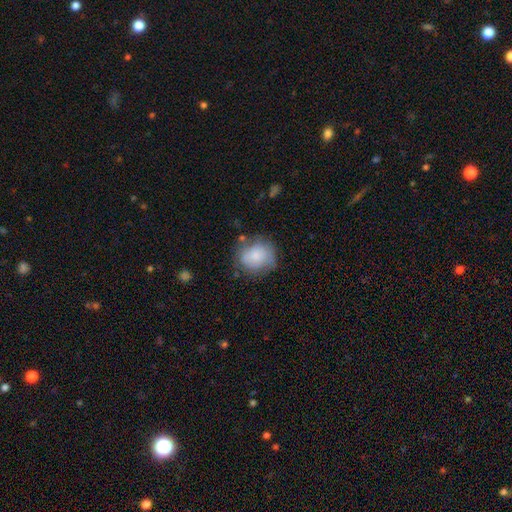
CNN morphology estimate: Overall: smooth (75%). How rounded: round (80%). Merging: none (63%; minor disturbance 24%).